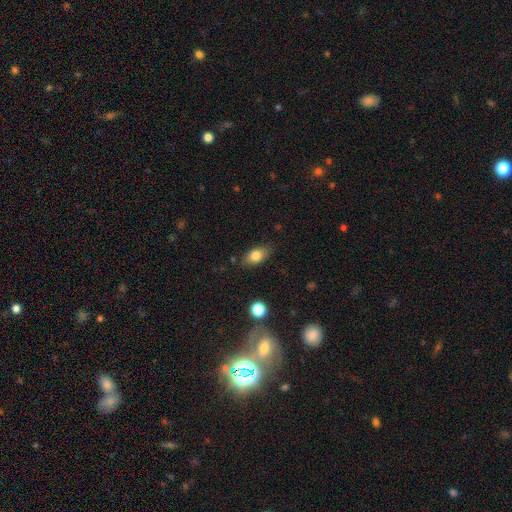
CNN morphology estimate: This appears to be a smooth galaxy with no disk features (81%) that is in between round and cigar-shaped (86%). Merging: none (81%).